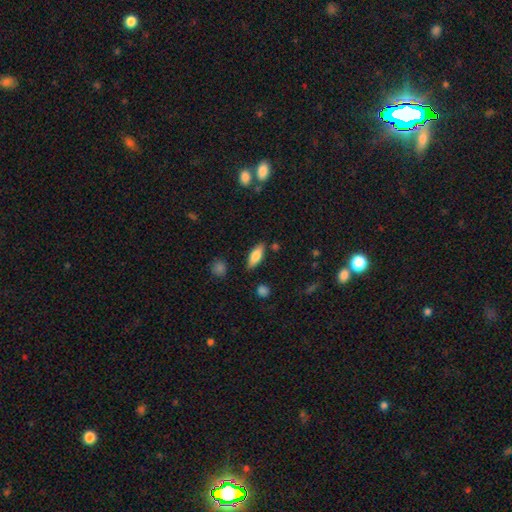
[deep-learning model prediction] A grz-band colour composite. It shows a smooth galaxy with no disk features (75%) that is in between round and cigar-shaped (74%). Merging: none (82%).